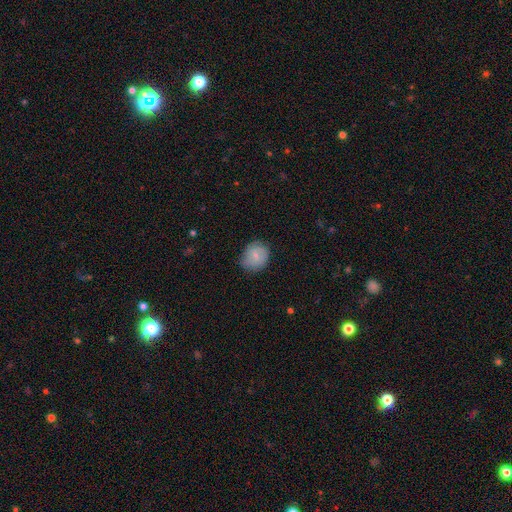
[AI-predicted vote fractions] Smooth or featured? smooth (70%)
How rounded? round (68%)
Merging? none (64%)